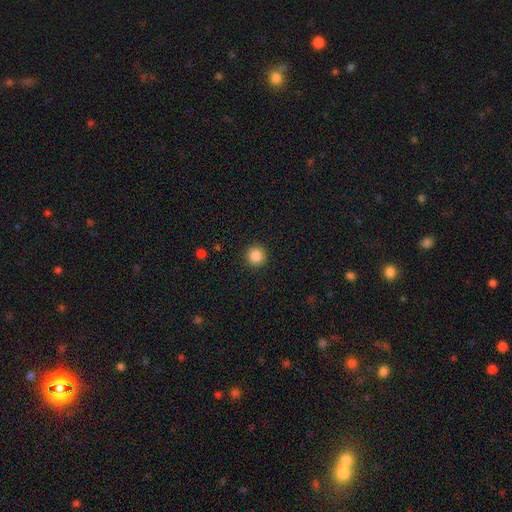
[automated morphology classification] smooth_or_featured: smooth (p=0.86) [alt: star or artifact p=0.10]
how_rounded: round (p=0.95) [alt: in between p=0.04]
merging: none (p=0.92) [alt: minor disturbance p=0.05]